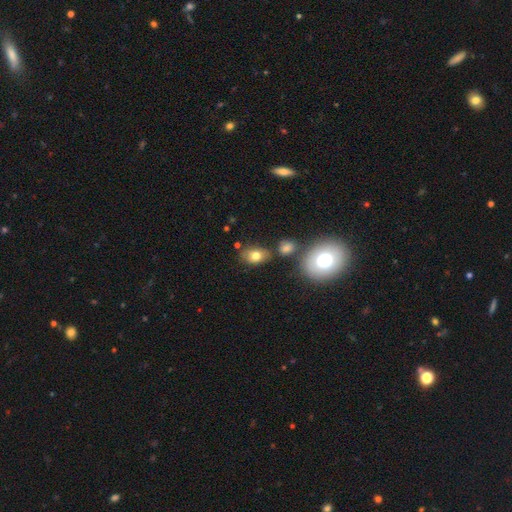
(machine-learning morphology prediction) smooth-or-featured: smooth: 75% | featured or disk: 15% | star or artifact: 10%
  how-rounded: in between: 82% | round: 17% | cigar-shaped: 2%
  merging: none: 67% | minor disturbance: 17% | merger: 11% | major disturbance: 5%